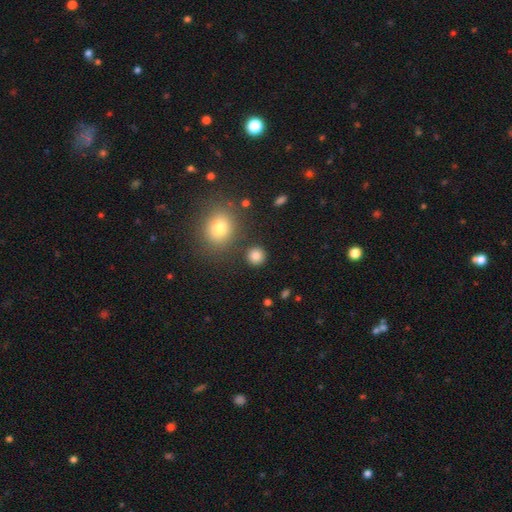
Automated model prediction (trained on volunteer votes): Smooth or featured?
  - smooth: 83% *
  - star or artifact: 12%
  - featured or disk: 5%
How rounded?
  - round: 91% *
  - in between: 8%
  - cigar-shaped: 1%
Merging?
  - none: 87% *
  - minor disturbance: 7%
  - merger: 4%
  - major disturbance: 3%